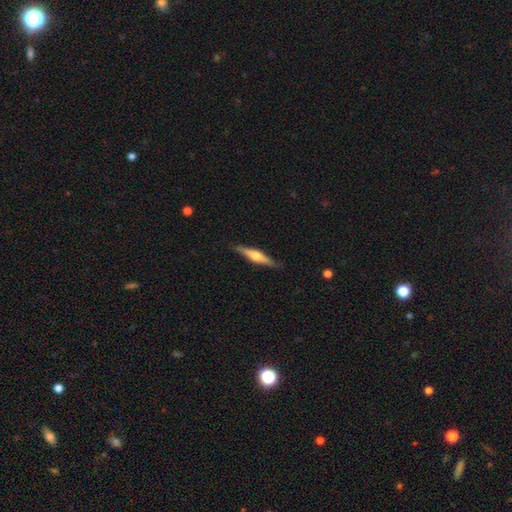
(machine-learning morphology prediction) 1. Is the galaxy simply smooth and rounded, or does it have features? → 68% featured or disk, 26% smooth, 5% star or artifact.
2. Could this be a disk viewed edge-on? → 97% yes, 3% no.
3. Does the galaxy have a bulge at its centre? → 91% rounded, 6% boxy, 3% none.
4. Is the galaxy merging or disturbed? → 88% none, 9% minor disturbance, 2% major disturbance, 1% merger.